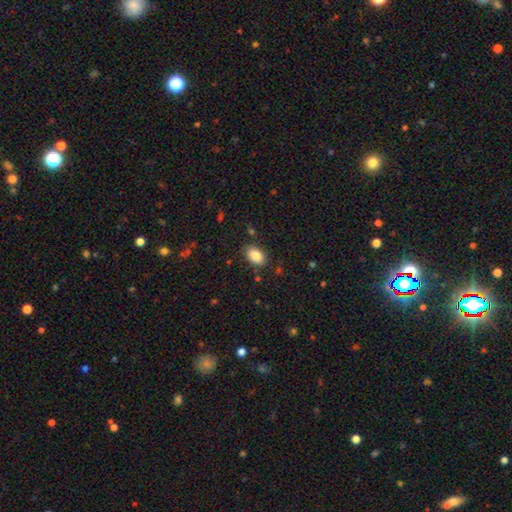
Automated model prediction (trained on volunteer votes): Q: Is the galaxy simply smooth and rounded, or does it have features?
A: smooth — 85%.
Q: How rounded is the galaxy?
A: in between — 87%.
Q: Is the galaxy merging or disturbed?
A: none — 82%.